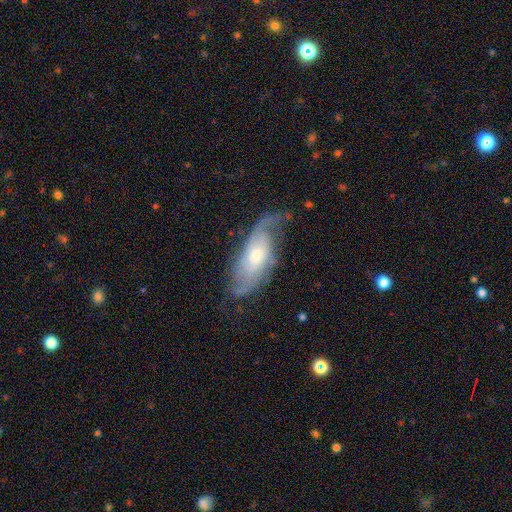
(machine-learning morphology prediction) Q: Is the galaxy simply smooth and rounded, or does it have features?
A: featured or disk — 75%.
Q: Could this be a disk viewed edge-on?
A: no — 89%.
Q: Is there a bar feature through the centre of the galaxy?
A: no — 65%.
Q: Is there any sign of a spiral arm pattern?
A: yes — 91%.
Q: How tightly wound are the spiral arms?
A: medium — 39%.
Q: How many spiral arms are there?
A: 2 — 51%.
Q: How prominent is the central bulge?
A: moderate — 47%.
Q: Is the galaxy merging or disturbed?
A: none — 59%.